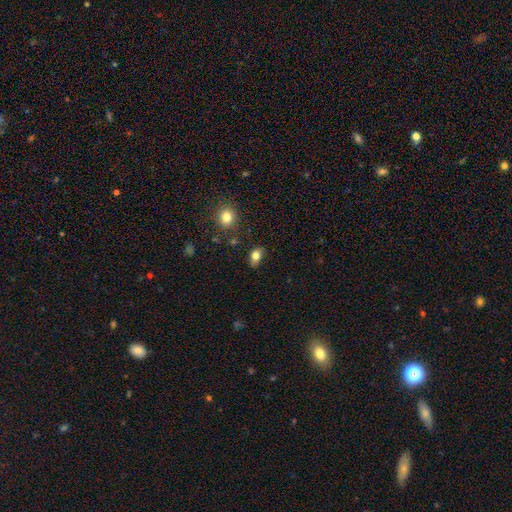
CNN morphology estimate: Smooth or featured? smooth (80%)
How rounded? in between (78%)
Merging? none (74%)